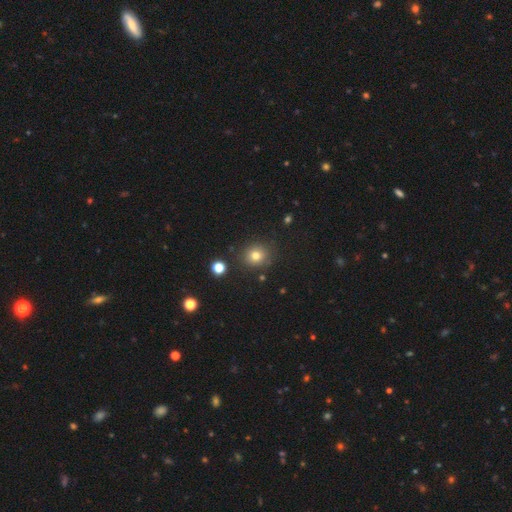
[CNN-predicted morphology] smooth-or-featured: smooth: 77% | star or artifact: 15% | featured or disk: 8%
  how-rounded: round: 84% | in between: 15% | cigar-shaped: 1%
  merging: none: 86% | minor disturbance: 8% | merger: 3% | major disturbance: 3%